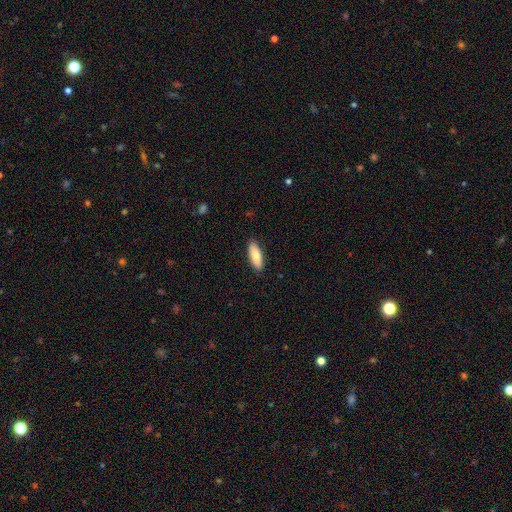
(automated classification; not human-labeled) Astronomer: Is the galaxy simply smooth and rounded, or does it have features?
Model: smooth — 81%.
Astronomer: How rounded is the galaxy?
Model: in between — 70%.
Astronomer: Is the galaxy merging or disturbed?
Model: none — 89%.